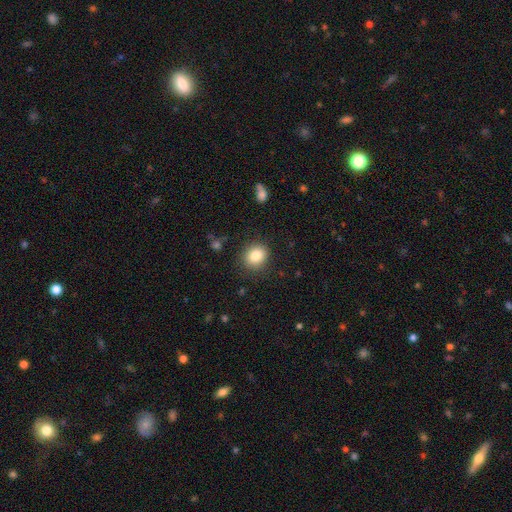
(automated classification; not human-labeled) A smooth galaxy with no disk features (84%) that is round (73%).

Vote fractions:
- Smooth or featured? smooth: 84% / star or artifact: 10% / featured or disk: 7%
- How rounded? round: 73% / in between: 26% / cigar-shaped: 1%
- Merging? none: 87% / minor disturbance: 9% / major disturbance: 3% / merger: 1%